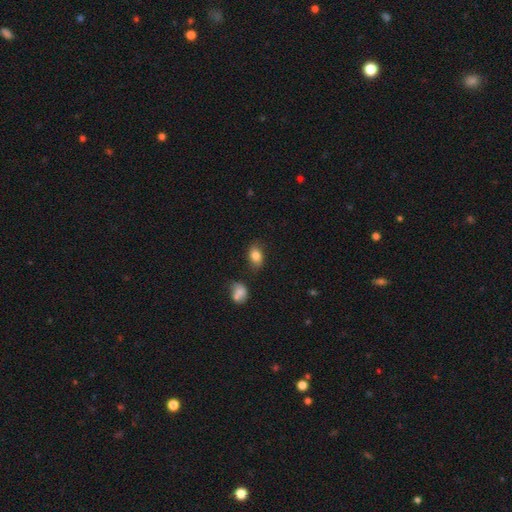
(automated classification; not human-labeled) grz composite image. It shows a smooth galaxy with no disk features (82%) that is in between round and cigar-shaped (81%). Merging: none (76%).